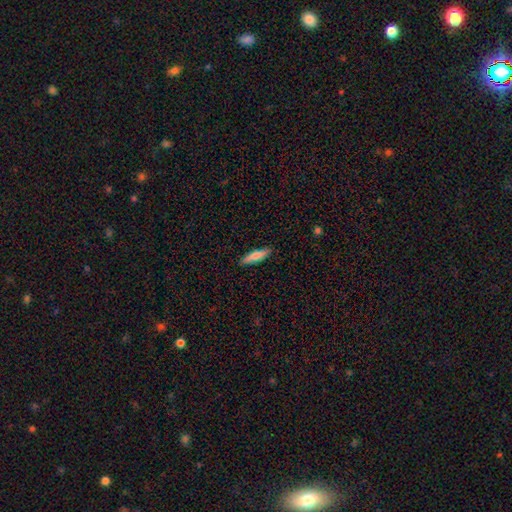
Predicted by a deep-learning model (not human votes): Overall: smooth (77%). How rounded: cigar-shaped (79%). Merging: none (88%).